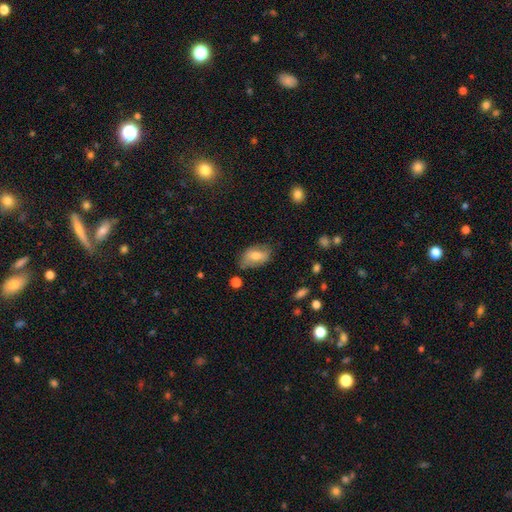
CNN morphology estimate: Smooth or featured?
  - smooth: 68% *
  - featured or disk: 25%
  - star or artifact: 7%
How rounded?
  - in between: 90% *
  - round: 7%
  - cigar-shaped: 3%
Merging?
  - none: 63% *
  - minor disturbance: 26%
  - major disturbance: 8%
  - merger: 3%